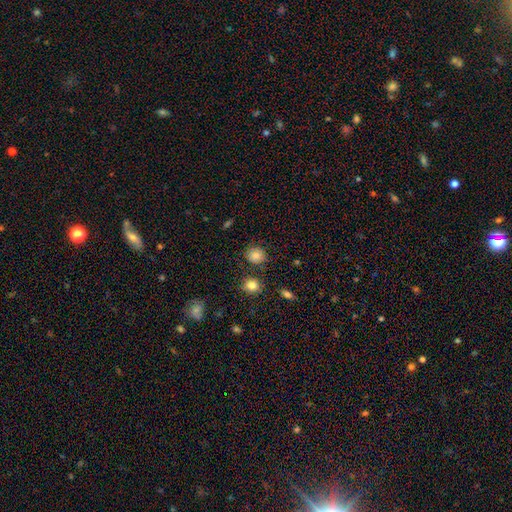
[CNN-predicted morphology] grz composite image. It shows a smooth galaxy with no disk features (79%) that is round (79%). Merging: none (80%).